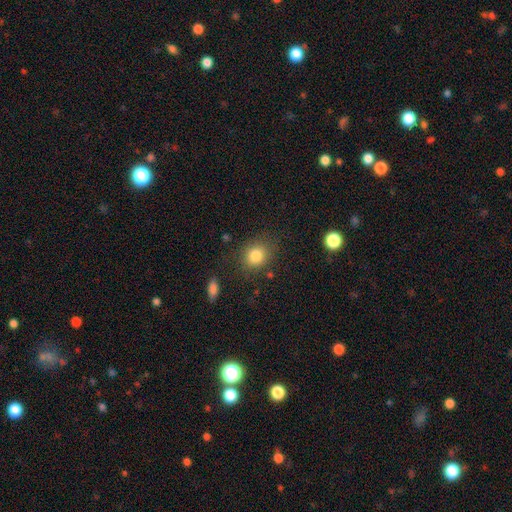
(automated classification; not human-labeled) Smooth or featured? Predicted: smooth (p=0.82). How rounded? Predicted: round (p=0.64). Merging? Predicted: none (p=0.79).